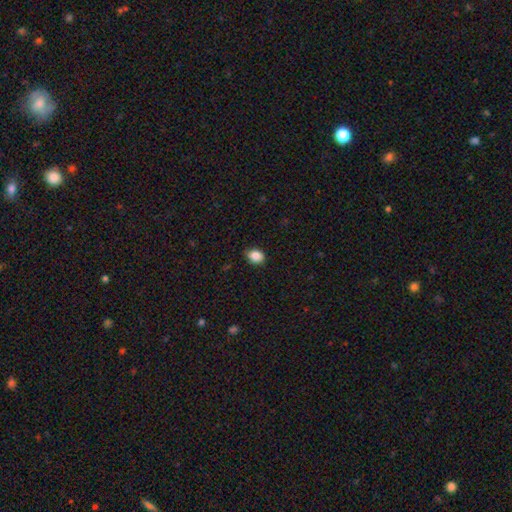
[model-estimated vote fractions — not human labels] Smooth or featured? smooth (86%)
How rounded? in between (50%)
Merging? none (83%)